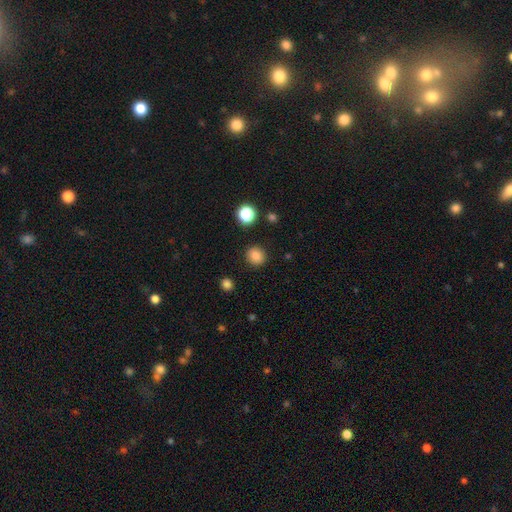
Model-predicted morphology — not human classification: Smooth or featured? Predicted: smooth (p=0.84). How rounded? Predicted: round (p=0.88). Merging? Predicted: none (p=0.90).